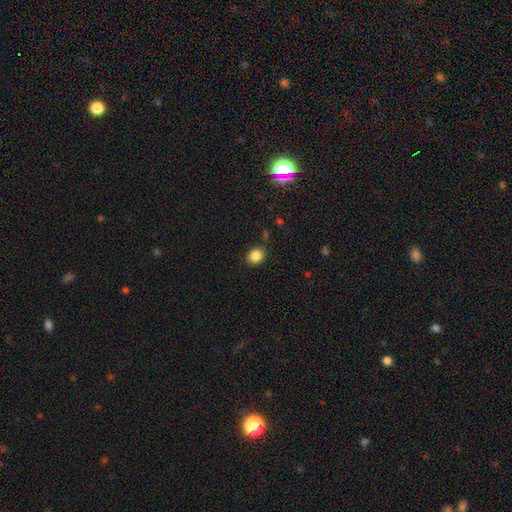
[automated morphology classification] type=smooth (85%); roundness=round (69%); merging=none (85%).